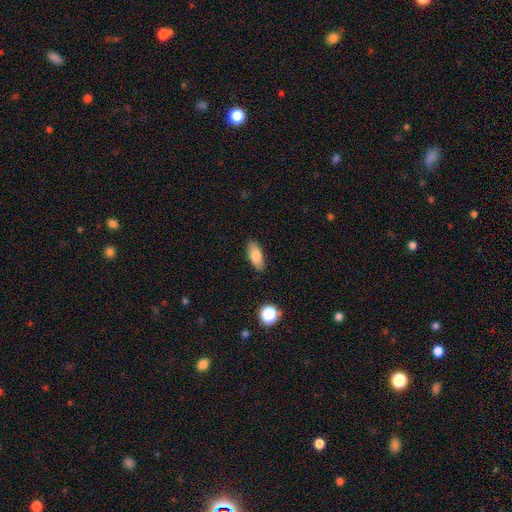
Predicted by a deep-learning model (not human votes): A smooth galaxy with no disk features (79%) that is in between round and cigar-shaped (84%).

Vote fractions:
- Smooth or featured? smooth: 79% / featured or disk: 13% / star or artifact: 8%
- How rounded? in between: 84% / cigar-shaped: 13% / round: 3%
- Merging? none: 87% / minor disturbance: 9% / major disturbance: 2% / merger: 1%